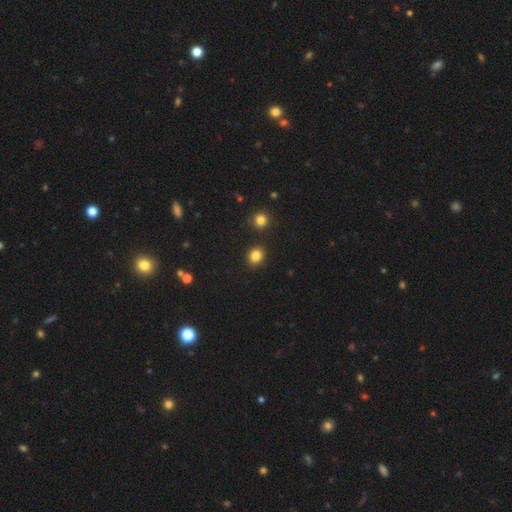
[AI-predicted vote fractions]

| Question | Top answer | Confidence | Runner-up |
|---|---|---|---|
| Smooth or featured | smooth | 83% | star or artifact (12%) |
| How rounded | round | 81% | in between (18%) |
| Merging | none | 89% | minor disturbance (6%) |